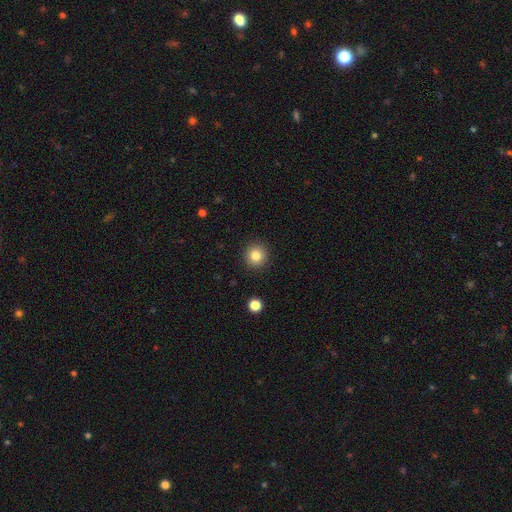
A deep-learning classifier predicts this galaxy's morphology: A smooth galaxy with no disk features (83%) that is round (94%).

Vote fractions:
- Smooth or featured? smooth: 83% / star or artifact: 11% / featured or disk: 6%
- How rounded? round: 94% / in between: 5% / cigar-shaped: 1%
- Merging? none: 92% / minor disturbance: 5% / major disturbance: 2% / merger: 1%